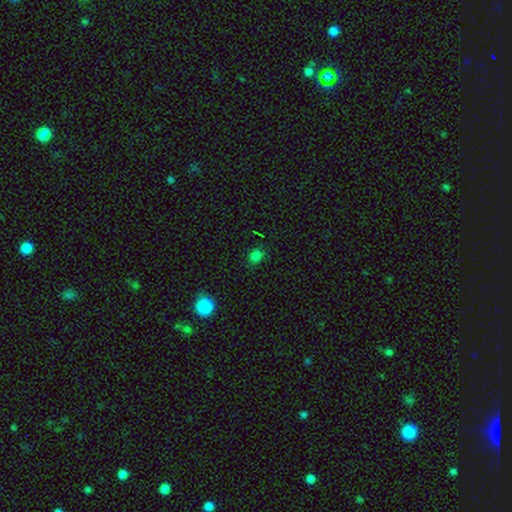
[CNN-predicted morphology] This is likely a smooth galaxy (76%). How rounded: likely round (71%). Merging: clearly none (84%).